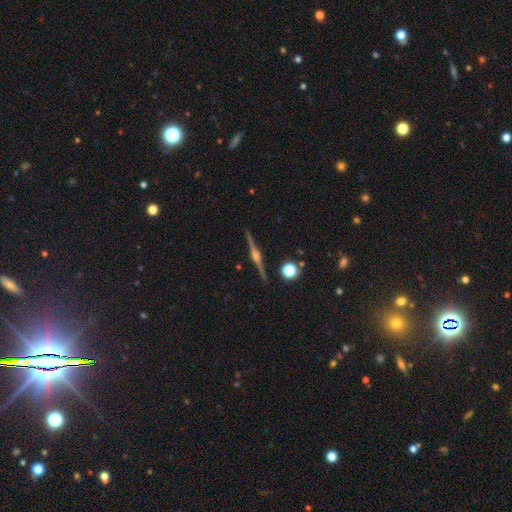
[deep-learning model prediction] Morphology: type=featured or disk (85%); edge-on=yes (98%); edge-on bulge=rounded (84%); merging=none (91%).